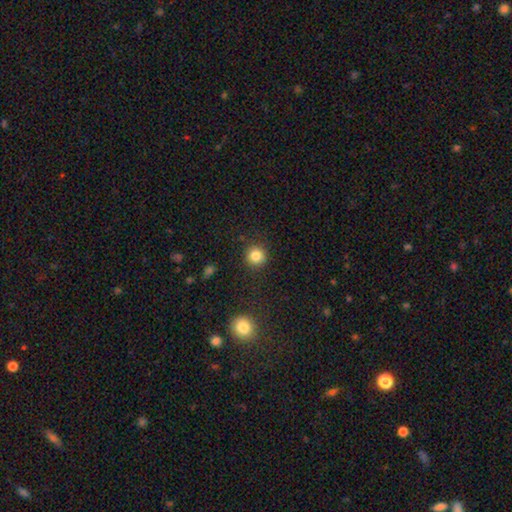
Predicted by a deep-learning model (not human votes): A smooth galaxy with no disk features (84%) that is round (94%).

Vote fractions:
- Smooth or featured? smooth: 84% / star or artifact: 11% / featured or disk: 5%
- How rounded? round: 94% / in between: 6% / cigar-shaped: 1%
- Merging? none: 90% / minor disturbance: 6% / major disturbance: 2% / merger: 2%